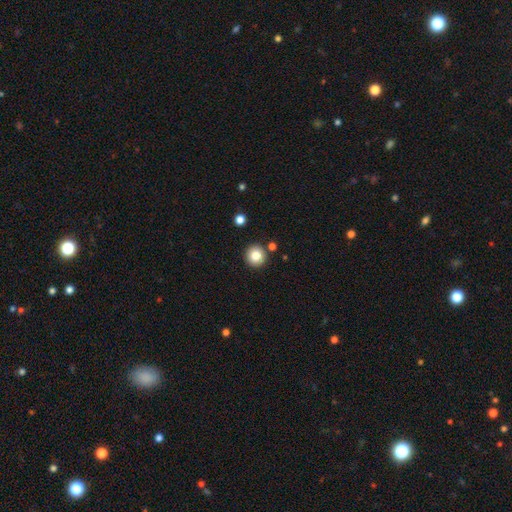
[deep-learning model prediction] This is clearly a smooth galaxy (83%). How rounded: clearly round (94%). Merging: clearly none (88%).